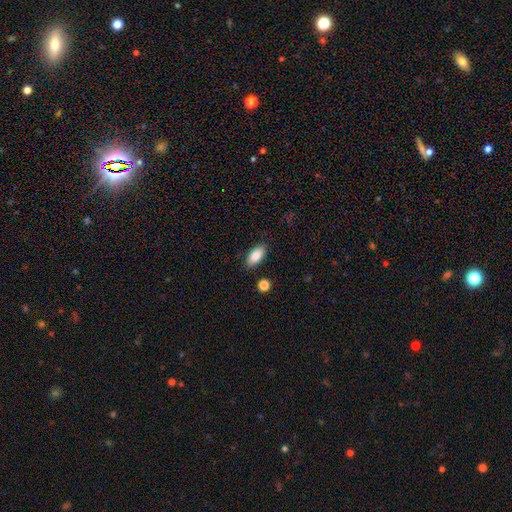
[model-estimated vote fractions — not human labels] Smooth or featured?
  - smooth: 86% *
  - featured or disk: 7%
  - star or artifact: 7%
How rounded?
  - in between: 88% *
  - cigar-shaped: 9%
  - round: 3%
Merging?
  - none: 85% *
  - minor disturbance: 10%
  - major disturbance: 2%
  - merger: 2%